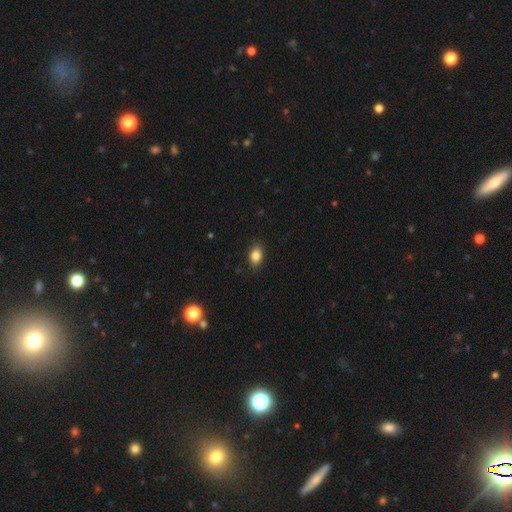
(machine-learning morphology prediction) This appears to be a smooth galaxy with no disk features (84%) that is in between round and cigar-shaped (80%). Merging: none (86%).